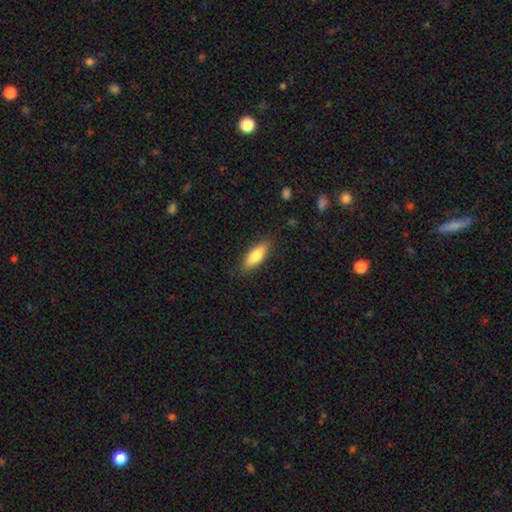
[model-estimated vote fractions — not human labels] smooth_or_featured: smooth (p=0.78) [alt: featured or disk p=0.16]
how_rounded: in between (p=0.66) [alt: cigar-shaped p=0.32]
merging: none (p=0.85) [alt: minor disturbance p=0.12]